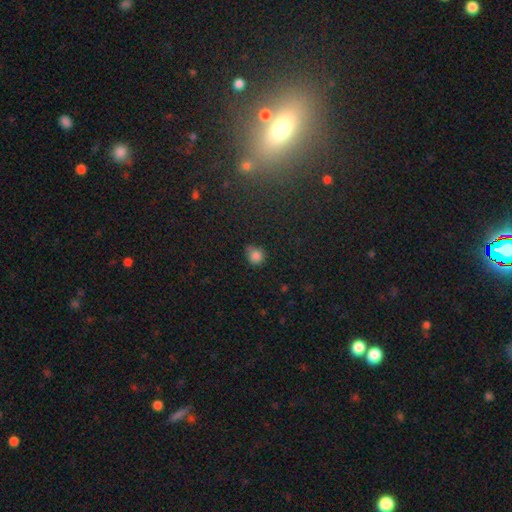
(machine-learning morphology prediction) This is clearly a smooth galaxy (82%). How rounded: clearly round (80%). Merging: possibly none (59%).